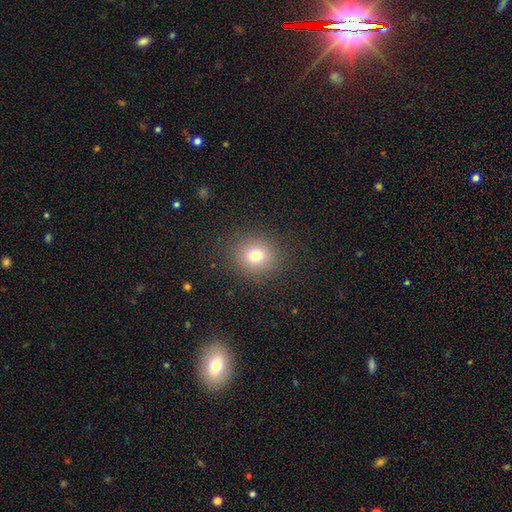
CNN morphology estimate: Overall: smooth (76%). How rounded: round (77%). Merging: none (87%).